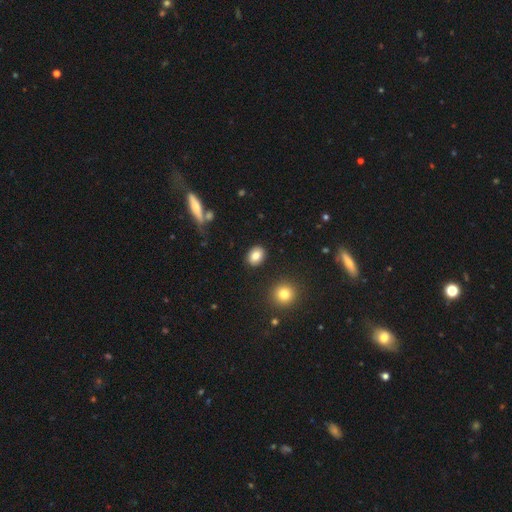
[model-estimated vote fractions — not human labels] A smooth galaxy with no disk features (84%) that is in between round and cigar-shaped (66%). Merging: none (88%).